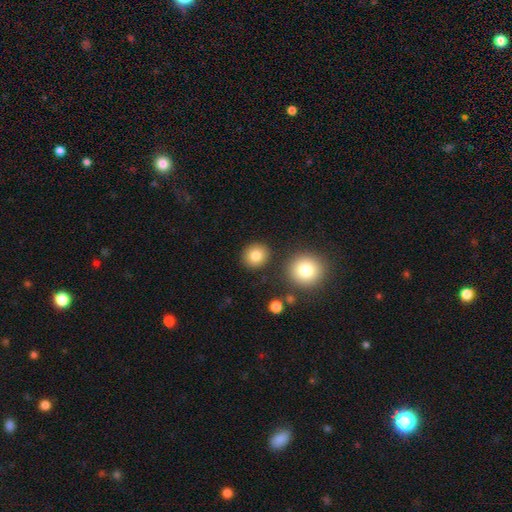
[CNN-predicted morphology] Q: Smooth or featured?
A: smooth (83%); runner-up: star or artifact (10%)
Q: How rounded?
A: round (83%); runner-up: in between (16%)
Q: Merging?
A: none (86%); runner-up: minor disturbance (7%)